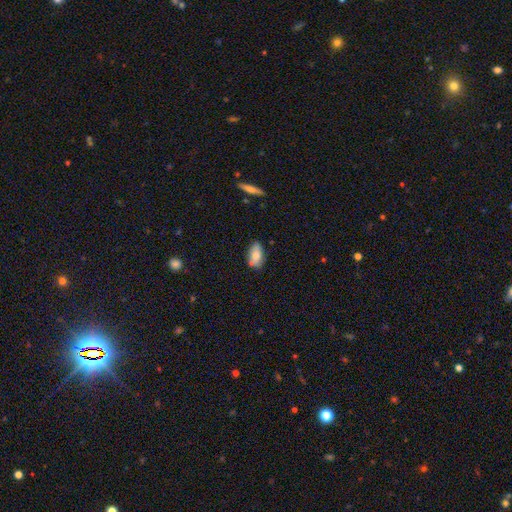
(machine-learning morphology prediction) Smooth or featured? smooth (76%)
How rounded? in between (91%)
Merging? none (68%)